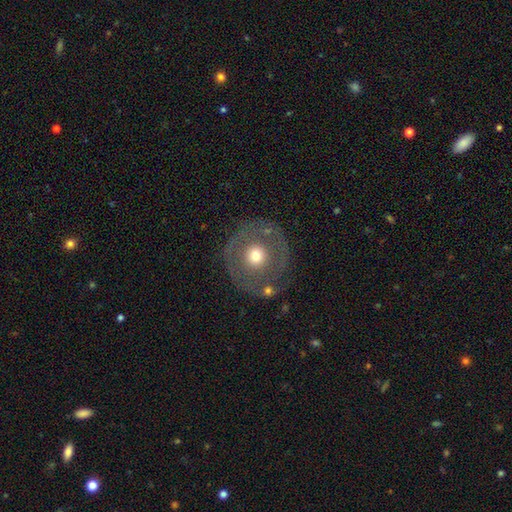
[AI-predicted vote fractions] This is possibly a featured or disk galaxy (47%). Merging: likely none (73%).